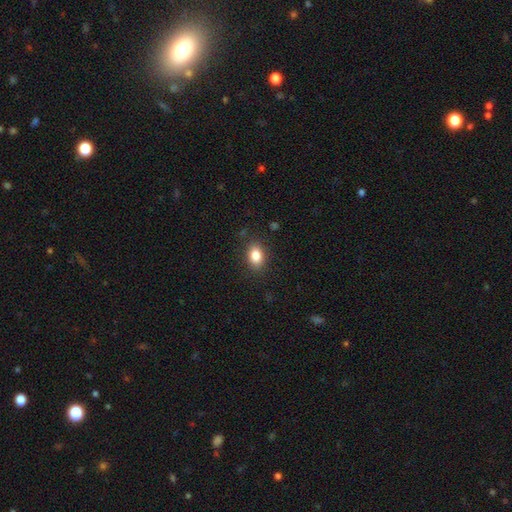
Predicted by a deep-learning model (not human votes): This is clearly a smooth galaxy (85%). How rounded: likely in between (79%). Merging: clearly none (86%).